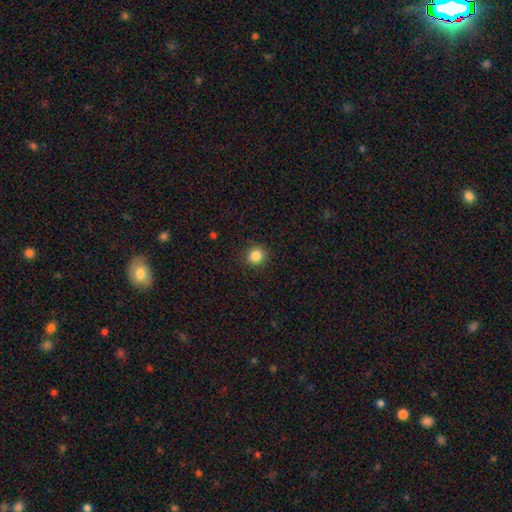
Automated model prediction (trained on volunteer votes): This appears to be a smooth galaxy with no disk features (85%) that is round (89%). Merging: none (91%).